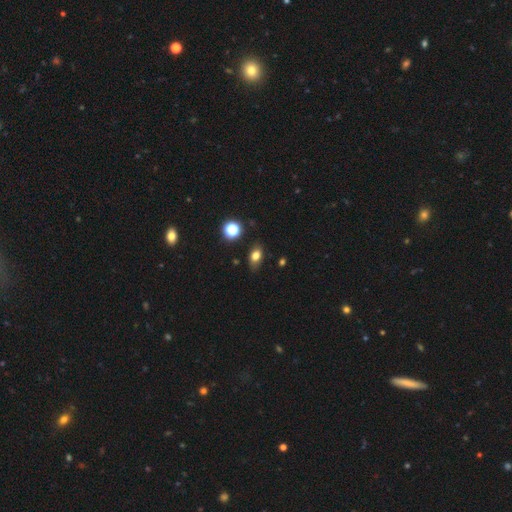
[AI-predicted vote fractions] A smooth galaxy with no disk features (77%) that is in between round and cigar-shaped (80%). Merging: none (81%).